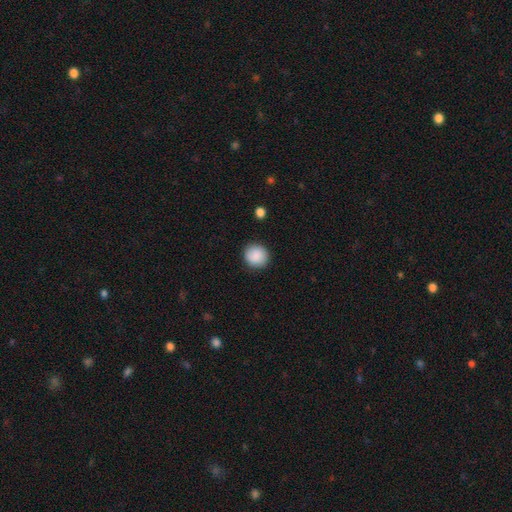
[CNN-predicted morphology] smooth_or_featured: smooth (p=0.89) [alt: star or artifact p=0.07]
how_rounded: round (p=0.90) [alt: in between p=0.09]
merging: none (p=0.89) [alt: minor disturbance p=0.07]